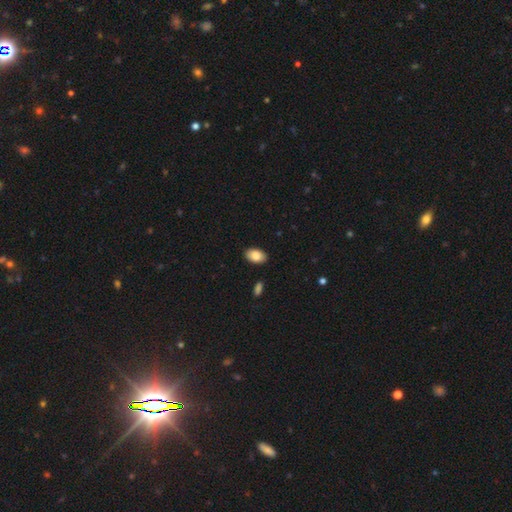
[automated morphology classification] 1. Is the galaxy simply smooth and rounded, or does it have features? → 86% smooth, 8% featured or disk, 7% star or artifact.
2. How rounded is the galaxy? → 92% in between, 7% round, 1% cigar-shaped.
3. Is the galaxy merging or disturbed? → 89% none, 8% minor disturbance, 2% major disturbance, 1% merger.